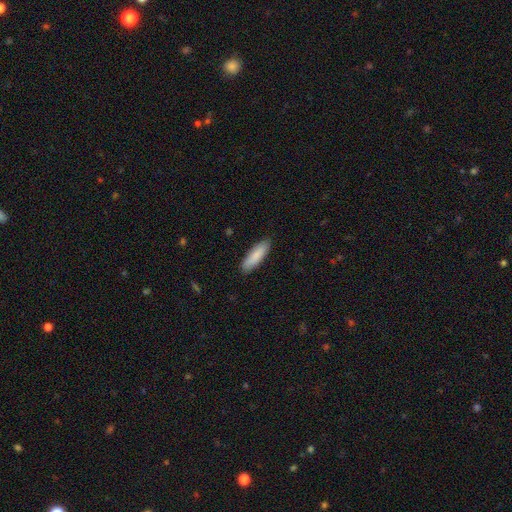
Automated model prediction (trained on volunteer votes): Q: Smooth or featured?
A: smooth (86%); runner-up: featured or disk (9%)
Q: How rounded?
A: cigar-shaped (58%); runner-up: in between (41%)
Q: Merging?
A: none (89%); runner-up: minor disturbance (8%)